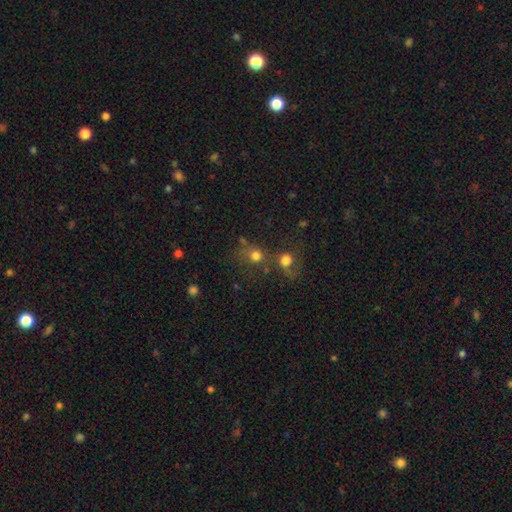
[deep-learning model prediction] Smooth or featured? Predicted: smooth (p=0.74). How rounded? Predicted: round (p=0.84). Merging? Predicted: none (p=0.43).